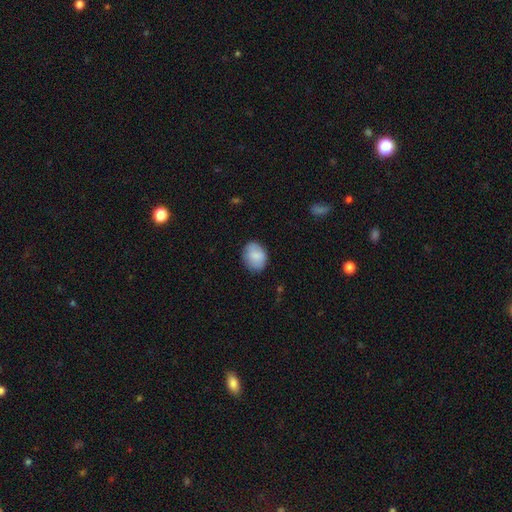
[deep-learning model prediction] smooth_or_featured: smooth (p=0.86) [alt: featured or disk p=0.08]
how_rounded: in between (p=0.60) [alt: round p=0.39]
merging: none (p=0.81) [alt: minor disturbance p=0.14]